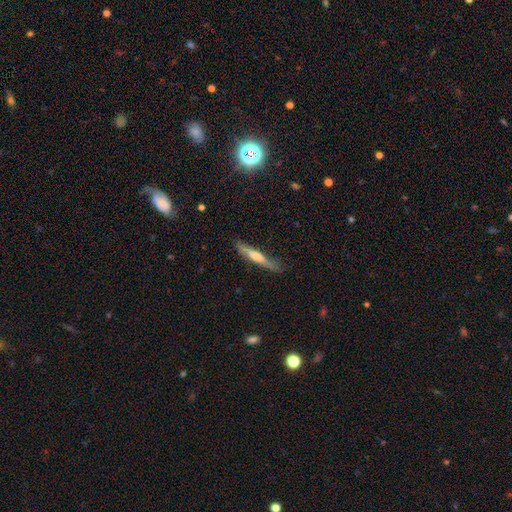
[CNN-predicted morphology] A featured or disk galaxy (47%). Merging: none (78%).